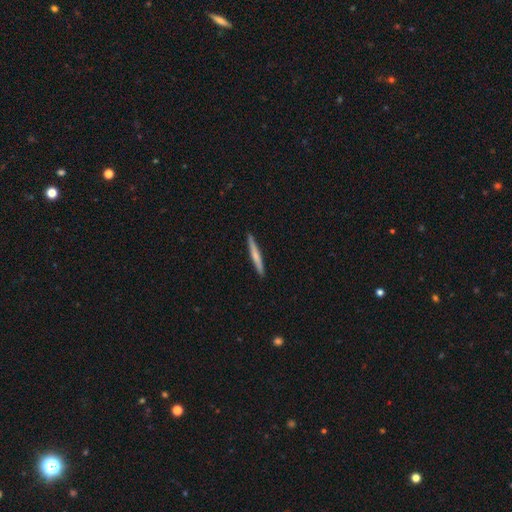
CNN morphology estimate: Smooth or featured: smooth — 58% (featured or disk — 37%)
How rounded: cigar-shaped — 96% (in between — 3%)
Merging: none — 91% (minor disturbance — 6%)